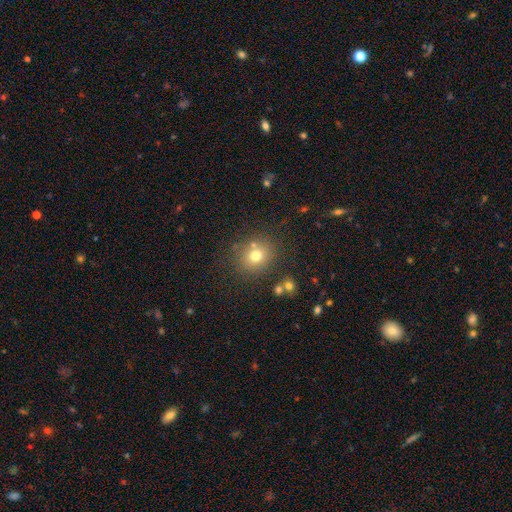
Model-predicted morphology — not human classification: type=smooth (73%); roundness=round (75%); merging=none (74%).